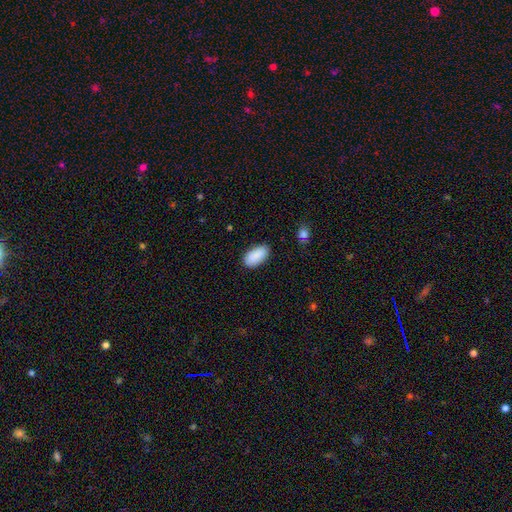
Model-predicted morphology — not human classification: Smooth or featured: smooth — 91% (star or artifact — 6%)
How rounded: in between — 94% (cigar-shaped — 3%)
Merging: none — 86% (minor disturbance — 10%)